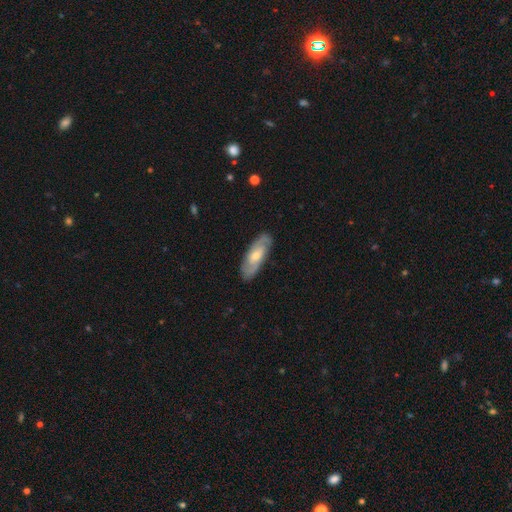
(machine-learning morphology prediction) A featured or disk galaxy (68%) with no bar (56%), spiral arms (85%) and a moderate central bulge (57%). Merging: none (86%).